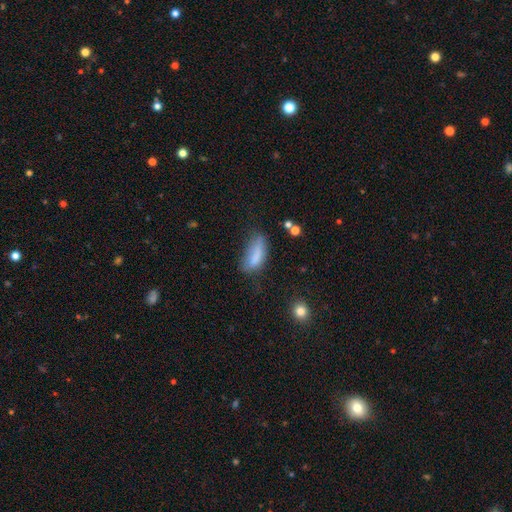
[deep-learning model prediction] A smooth galaxy with no disk features (74%) that is in between round and cigar-shaped (75%). Merging: none (37%).